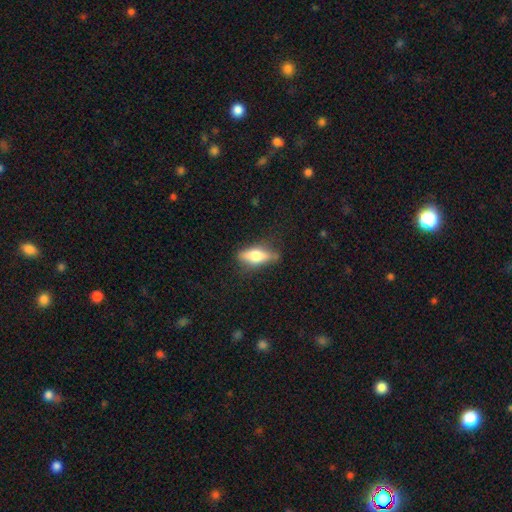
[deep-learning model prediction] This appears to be a smooth galaxy with no disk features (60%) that is in between round and cigar-shaped (63%). Merging: none (72%).